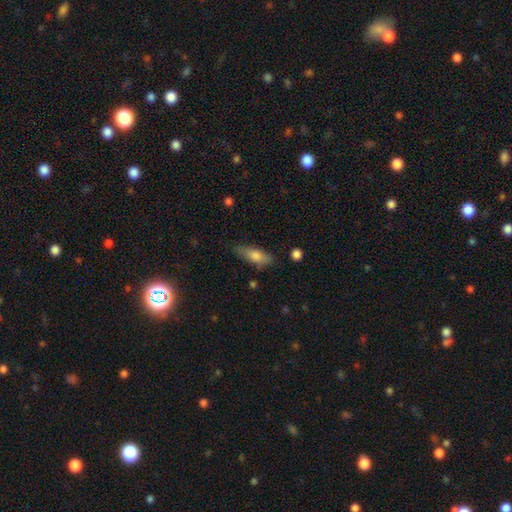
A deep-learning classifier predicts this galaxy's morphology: A smooth galaxy with no disk features (74%) that is in between round and cigar-shaped (62%). Merging: none (73%).